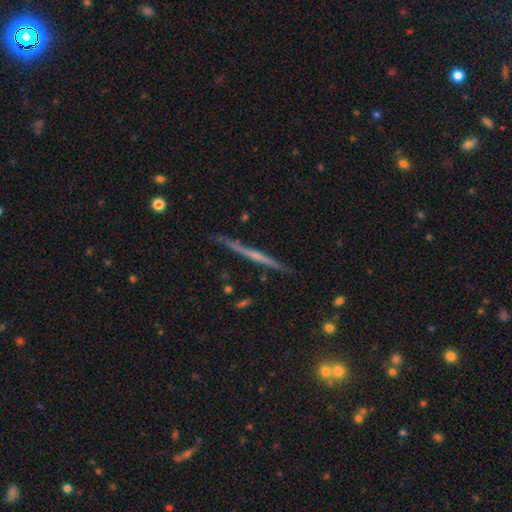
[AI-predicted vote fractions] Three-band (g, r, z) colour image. It shows a featured or disk galaxy (68%) viewed edge-on (97%) with no central bulge (61%). Merging: none (85%).